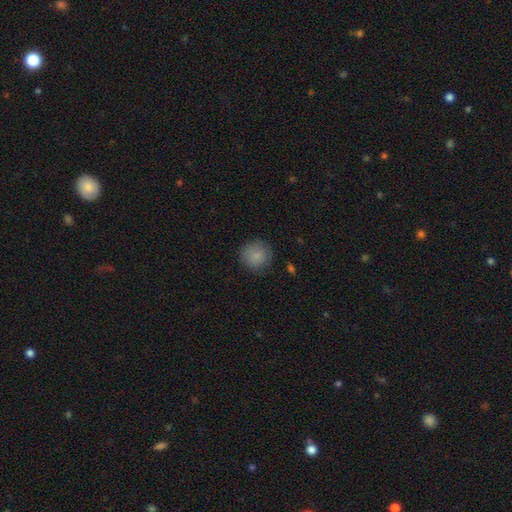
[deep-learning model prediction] A smooth galaxy with no disk features (86%) that is round (92%).

Vote fractions:
- Smooth or featured? smooth: 86% / star or artifact: 9% / featured or disk: 5%
- How rounded? round: 92% / in between: 7% / cigar-shaped: 1%
- Merging? none: 85% / minor disturbance: 11% / major disturbance: 3% / merger: 1%